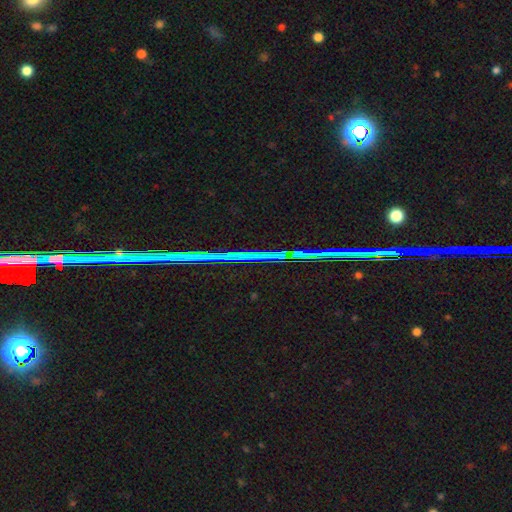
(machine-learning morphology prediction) Smooth or featured: star or artifact — 84% (featured or disk — 10%)